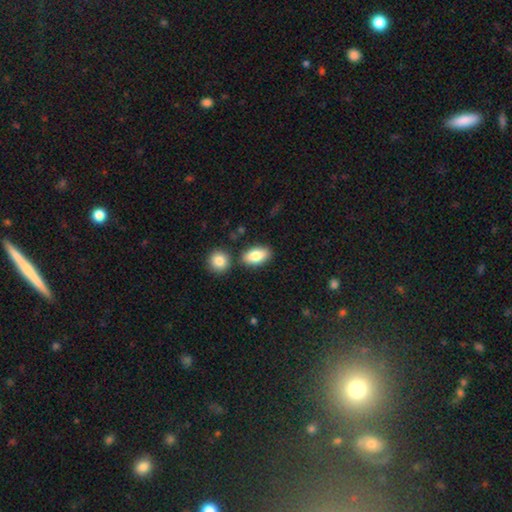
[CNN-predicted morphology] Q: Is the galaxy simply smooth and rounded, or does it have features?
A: smooth — 81%.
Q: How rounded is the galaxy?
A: in between — 90%.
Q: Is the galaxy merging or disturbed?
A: none — 79%.